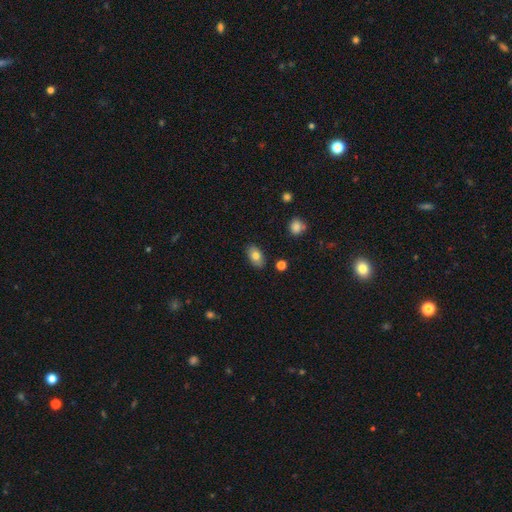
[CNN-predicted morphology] The model was most divided on "smooth or featured": smooth: 76%, featured or disk: 16%, star or artifact: 8%. More confident: how rounded — in between (91%); merging — none (86%).